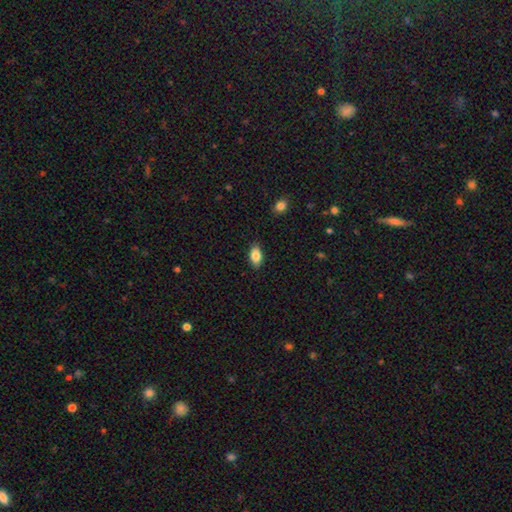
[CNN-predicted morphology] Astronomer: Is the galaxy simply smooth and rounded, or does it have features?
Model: smooth — 83%.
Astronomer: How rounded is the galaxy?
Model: in between — 90%.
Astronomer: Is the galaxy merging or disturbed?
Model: none — 86%.